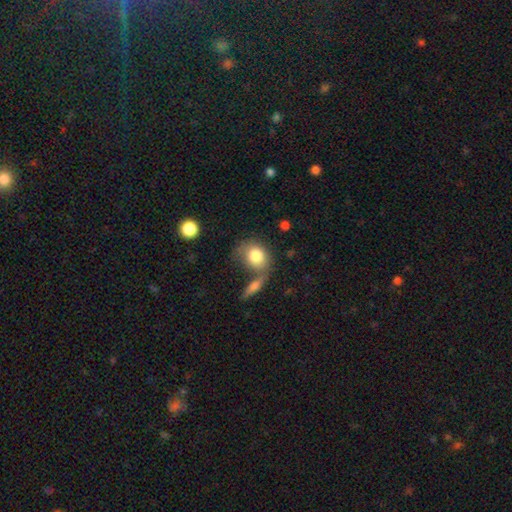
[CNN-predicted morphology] Smooth or featured? Predicted: smooth (p=0.80). How rounded? Predicted: round (p=0.56). Merging? Predicted: none (p=0.43).